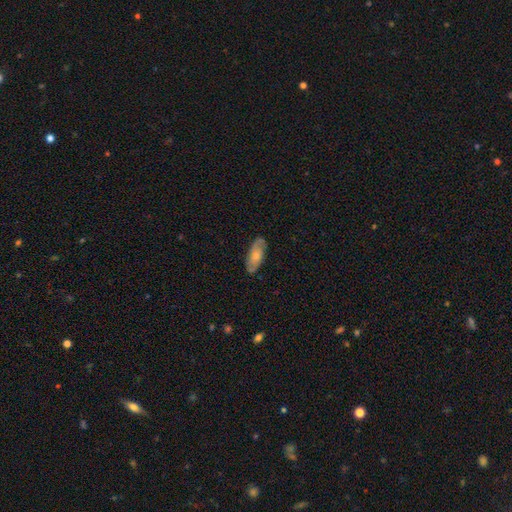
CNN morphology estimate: Smooth or featured: smooth — 48% (featured or disk — 46%)
Merging: none — 80% (minor disturbance — 15%)